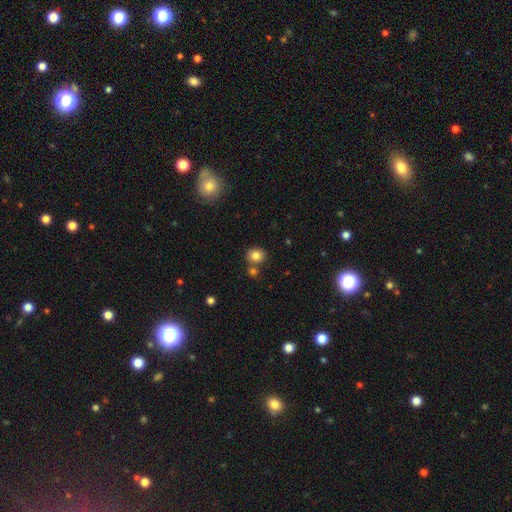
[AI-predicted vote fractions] smooth 83%, star or artifact 11%, featured or disk 6%. Down the decision tree: how rounded — round (76%); merging — none (72%).